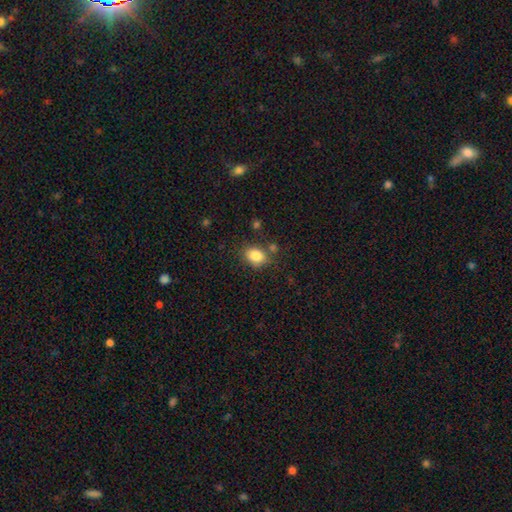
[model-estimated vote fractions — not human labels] Overall: smooth (84%). How rounded: in between (63%; round 36%). Merging: none (74%).